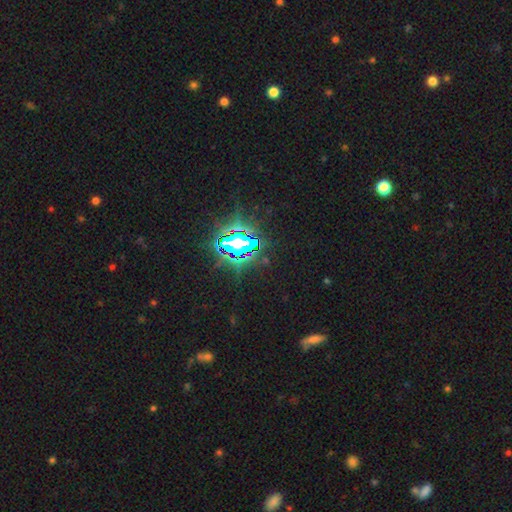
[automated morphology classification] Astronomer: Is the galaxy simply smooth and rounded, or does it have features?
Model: star or artifact — 81%.